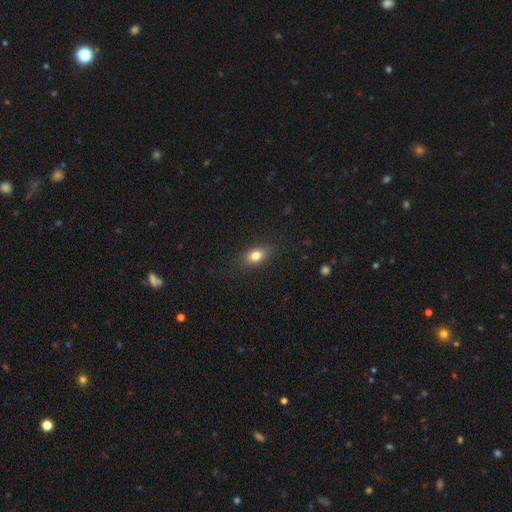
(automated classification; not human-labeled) Smooth or featured? Predicted: smooth (p=0.80). How rounded? Predicted: in between (p=0.79). Merging? Predicted: none (p=0.83).